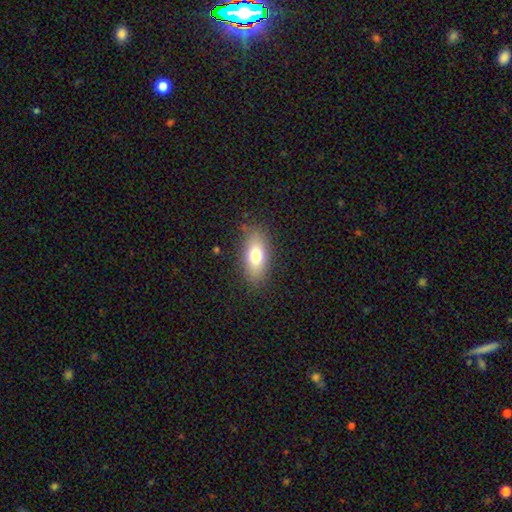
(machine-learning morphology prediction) smooth_or_featured: smooth (p=0.73) [alt: featured or disk p=0.18]
how_rounded: in between (p=0.81) [alt: cigar-shaped p=0.13]
merging: none (p=0.82) [alt: minor disturbance p=0.13]